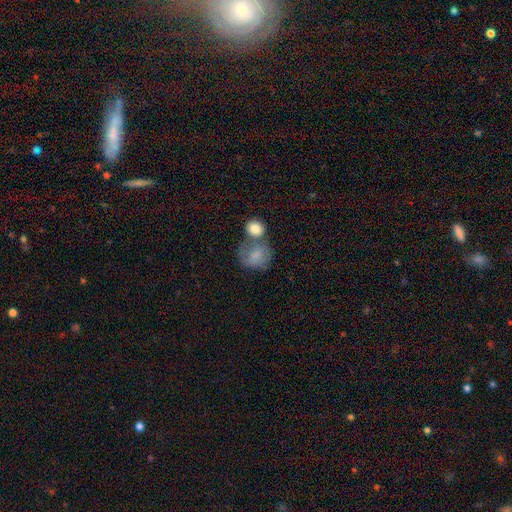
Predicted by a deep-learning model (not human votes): This is likely a smooth galaxy (77%). How rounded: likely round (61%). Merging: marginally merger (39%).